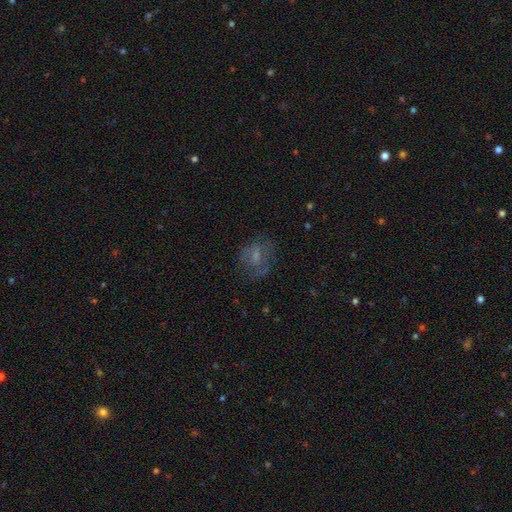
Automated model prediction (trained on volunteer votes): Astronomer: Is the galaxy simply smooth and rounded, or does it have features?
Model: smooth — 43% (runner-up: featured or disk, 42%).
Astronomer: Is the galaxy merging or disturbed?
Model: none — 57%.